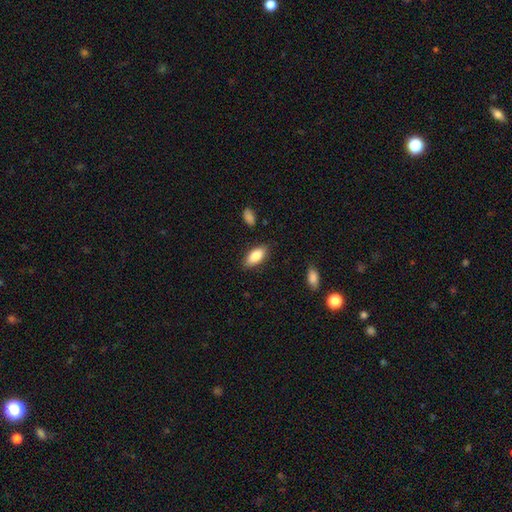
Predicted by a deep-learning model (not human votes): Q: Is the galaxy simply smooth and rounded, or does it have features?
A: smooth — 83%.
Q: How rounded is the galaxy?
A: in between — 87%.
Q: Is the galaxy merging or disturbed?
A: none — 85%.